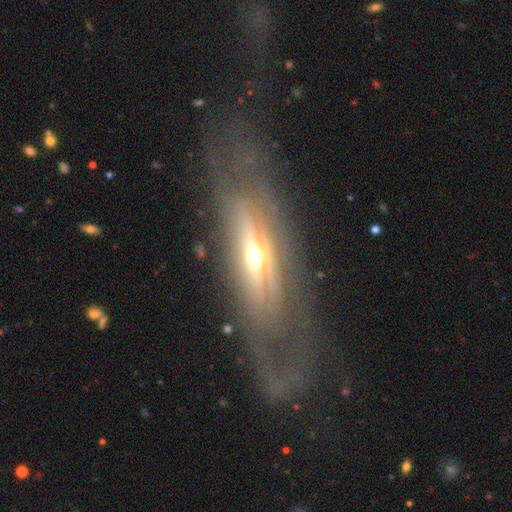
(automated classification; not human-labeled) smooth-or-featured: featured or disk: 79% | smooth: 14% | star or artifact: 6%
  disk-edge-on: yes: 63% | no: 37%
  merging: none: 55% | major disturbance: 24% | minor disturbance: 19% | merger: 2%